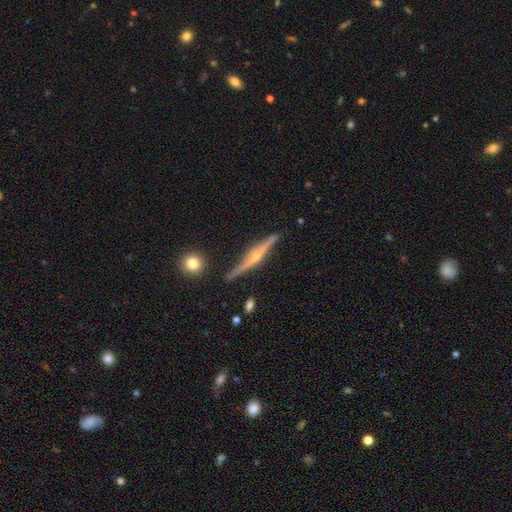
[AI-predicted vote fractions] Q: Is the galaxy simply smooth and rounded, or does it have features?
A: featured or disk — 84%.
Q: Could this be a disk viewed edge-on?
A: yes — 97%.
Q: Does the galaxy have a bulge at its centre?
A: rounded — 89%.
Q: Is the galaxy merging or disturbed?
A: none — 84%.